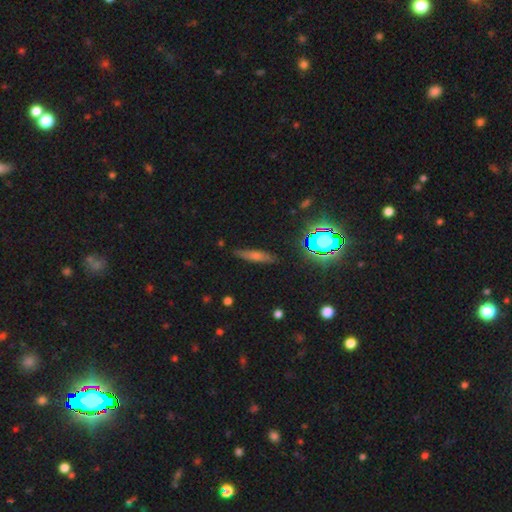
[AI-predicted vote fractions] This is possibly a smooth galaxy (47%). Merging: clearly none (85%).